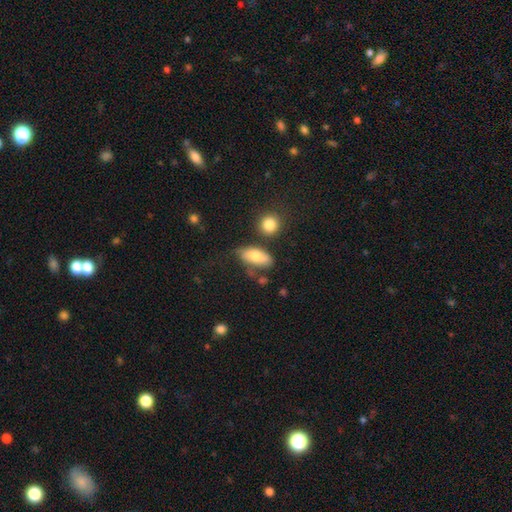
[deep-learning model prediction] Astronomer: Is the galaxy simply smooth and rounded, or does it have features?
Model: smooth — 73%.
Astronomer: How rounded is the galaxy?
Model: in between — 88%.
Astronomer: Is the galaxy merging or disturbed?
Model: none — 57%.